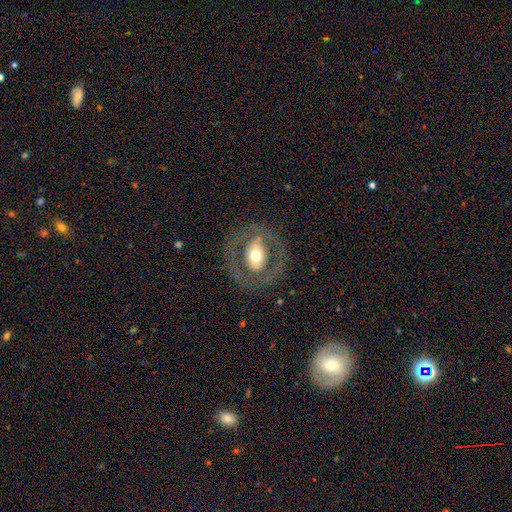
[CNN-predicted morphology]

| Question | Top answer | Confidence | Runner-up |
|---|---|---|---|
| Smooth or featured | featured or disk | 60% | smooth (34%) |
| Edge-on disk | no | 93% | yes (7%) |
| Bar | no | 51% | weak (25%) |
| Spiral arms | no | 78% | yes (22%) |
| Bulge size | moderate | 62% | large (24%) |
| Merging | none | 76% | minor disturbance (12%) |